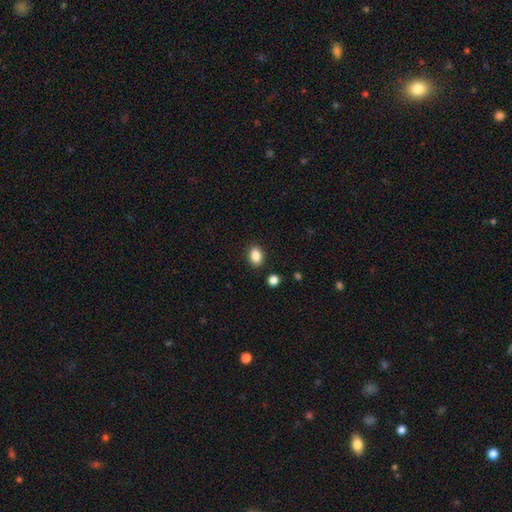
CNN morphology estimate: smooth-or-featured: smooth: 86% | star or artifact: 9% | featured or disk: 5%
  how-rounded: in between: 78% | round: 20% | cigar-shaped: 1%
  merging: none: 87% | minor disturbance: 8% | merger: 2% | major disturbance: 2%